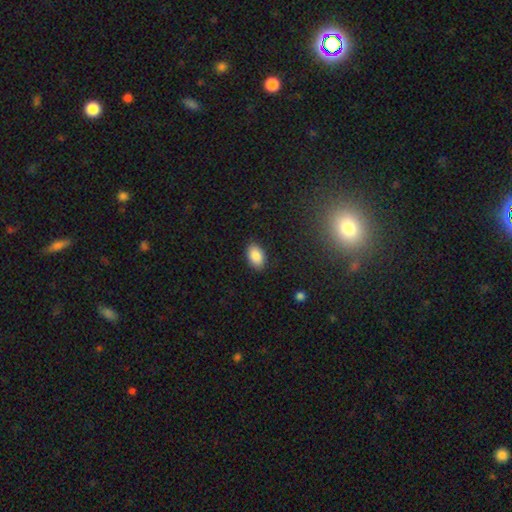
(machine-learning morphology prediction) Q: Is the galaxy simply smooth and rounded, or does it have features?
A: smooth — 89%.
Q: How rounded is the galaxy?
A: in between — 92%.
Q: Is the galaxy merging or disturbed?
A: none — 87%.